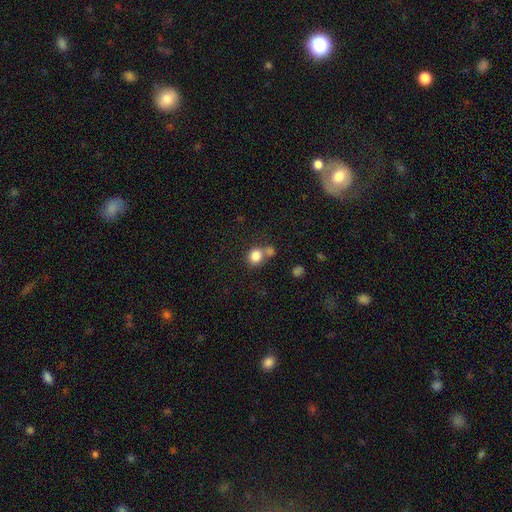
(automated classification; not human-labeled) A smooth galaxy with no disk features (83%) that is round (78%).

Vote fractions:
- Smooth or featured? smooth: 83% / star or artifact: 10% / featured or disk: 7%
- How rounded? round: 78% / in between: 21% / cigar-shaped: 1%
- Merging? none: 52% / merger: 34% / minor disturbance: 10% / major disturbance: 4%